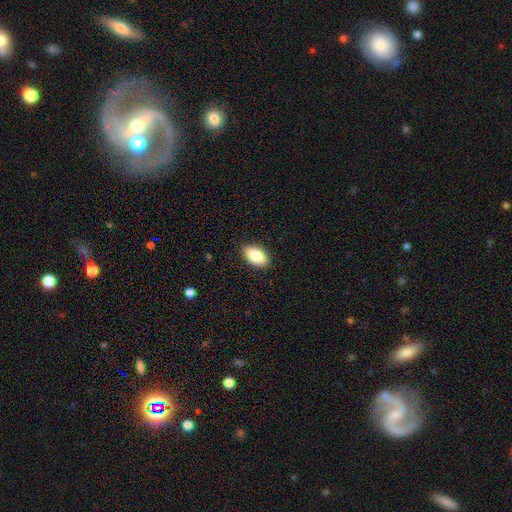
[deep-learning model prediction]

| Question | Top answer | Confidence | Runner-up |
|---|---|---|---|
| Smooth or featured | smooth | 83% | featured or disk (10%) |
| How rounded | in between | 92% | round (5%) |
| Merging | none | 89% | minor disturbance (8%) |